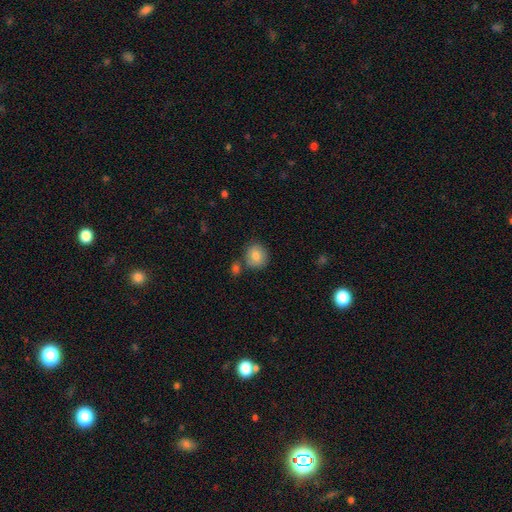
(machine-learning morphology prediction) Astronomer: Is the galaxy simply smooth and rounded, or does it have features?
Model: smooth — 82%.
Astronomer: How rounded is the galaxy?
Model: round — 81%.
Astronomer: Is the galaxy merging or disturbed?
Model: none — 72%.